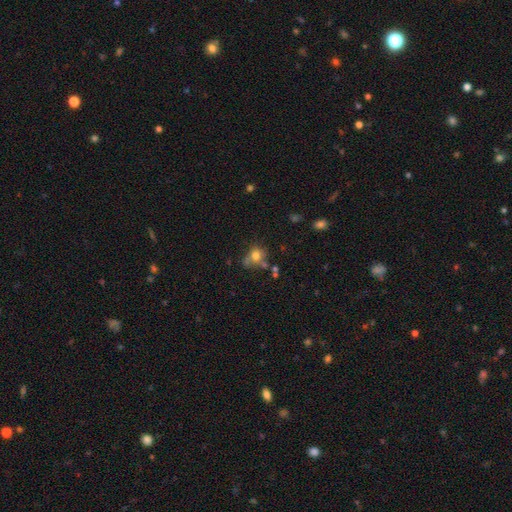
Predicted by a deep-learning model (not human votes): Overall: smooth (70%). How rounded: round (67%; in between 31%). Merging: none (44%; merger 22%).